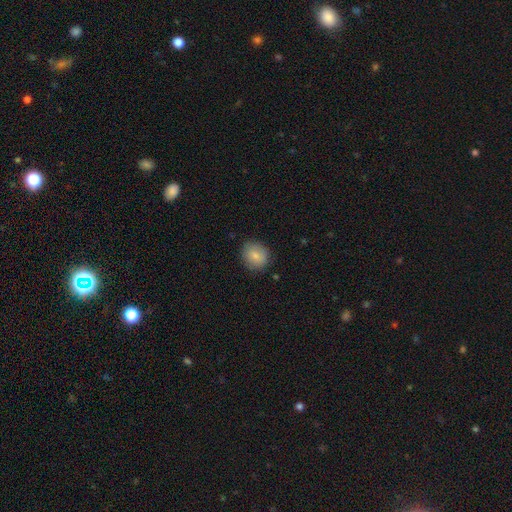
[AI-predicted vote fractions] A smooth galaxy with no disk features (82%) that is round (78%). Merging: none (83%).